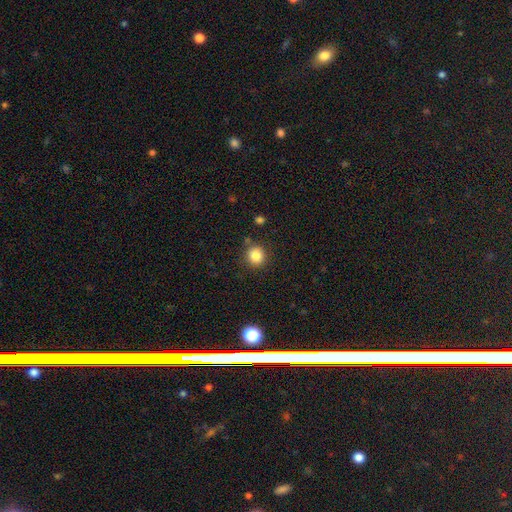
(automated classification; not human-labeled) The model was most divided on "smooth or featured": smooth: 84%, star or artifact: 11%, featured or disk: 5%. More confident: how rounded — round (88%); merging — none (85%).